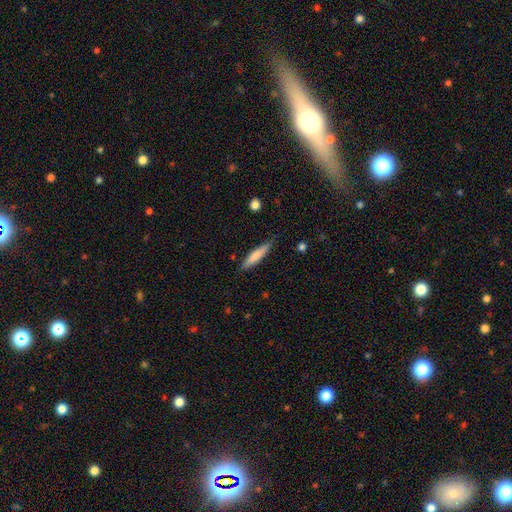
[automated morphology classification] smooth-or-featured: smooth: 71% | featured or disk: 23% | star or artifact: 6%
  how-rounded: cigar-shaped: 85% | in between: 14% | round: 1%
  merging: none: 82% | minor disturbance: 14% | major disturbance: 2% | merger: 1%